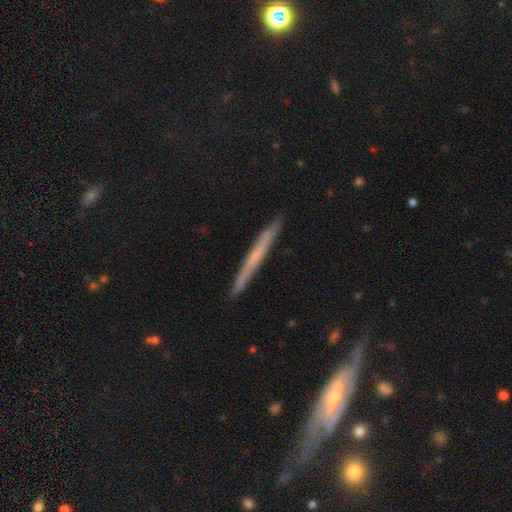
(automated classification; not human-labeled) This is possibly a featured or disk galaxy (51%). It is clearly viewed edge-on (94%). Merging: clearly none (86%).